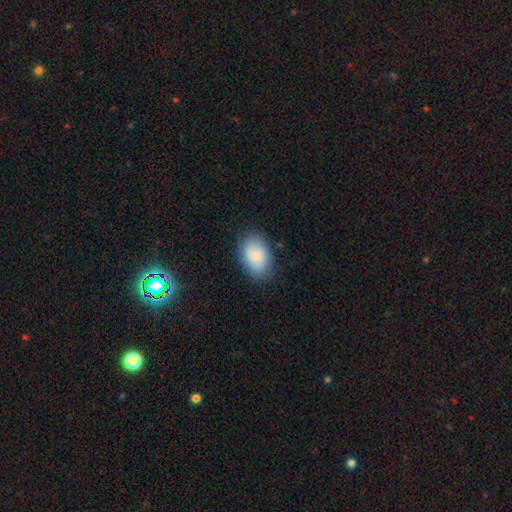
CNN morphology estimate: type=smooth (84%); roundness=in between (86%); merging=none (83%).